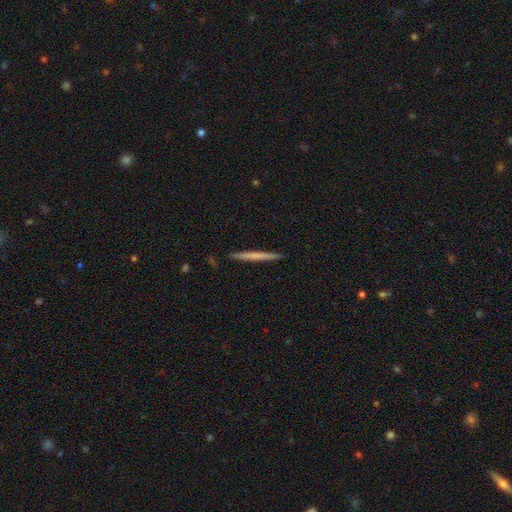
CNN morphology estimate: type=smooth (53%); roundness=cigar-shaped (97%); merging=none (92%).